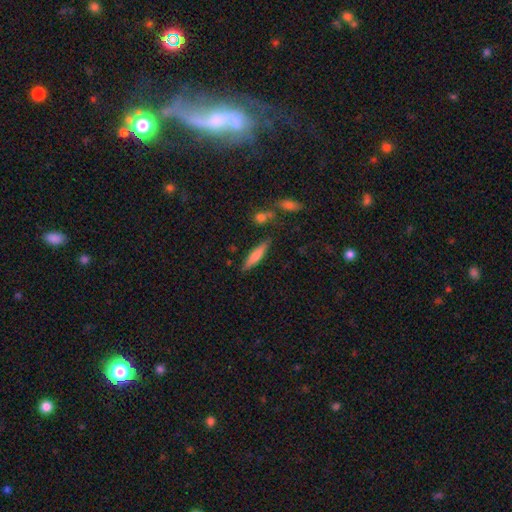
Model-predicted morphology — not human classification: smooth 66%, featured or disk 27%, star or artifact 7%. Down the decision tree: how rounded — cigar-shaped (82%); merging — none (82%).